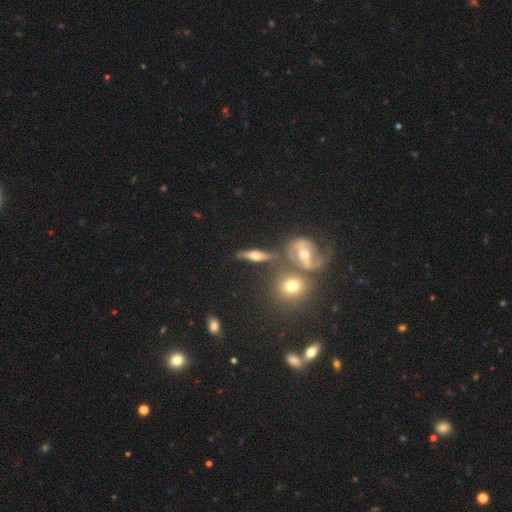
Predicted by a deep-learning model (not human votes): Smooth or featured? Predicted: featured or disk (p=0.65). Edge-on disk? Predicted: yes (p=0.84). Edge-on bulge? Predicted: rounded (p=0.93). Merging? Predicted: none (p=0.67).